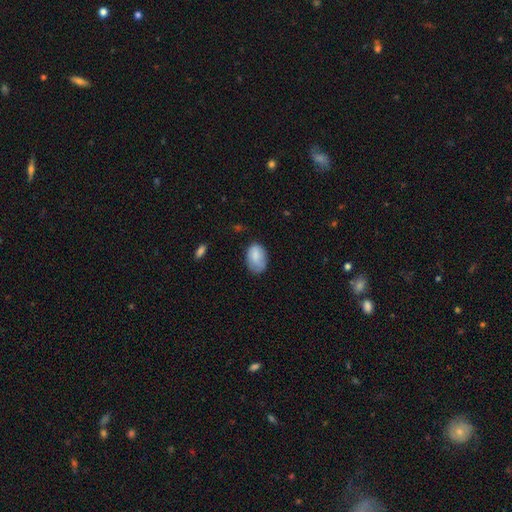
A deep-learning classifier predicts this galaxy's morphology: Smooth or featured?
  - smooth: 80% *
  - featured or disk: 13%
  - star or artifact: 7%
How rounded?
  - in between: 86% *
  - round: 13%
  - cigar-shaped: 1%
Merging?
  - none: 63% *
  - minor disturbance: 29%
  - major disturbance: 7%
  - merger: 2%